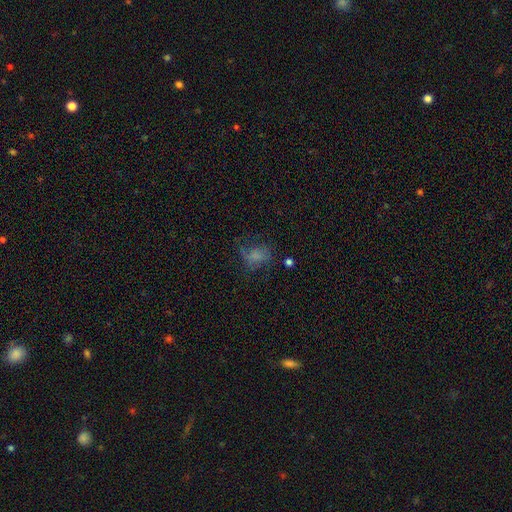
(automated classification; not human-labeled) Smooth or featured: smooth — 54% (featured or disk — 28%)
How rounded: in between — 55% (round — 44%)
Merging: none — 40% (major disturbance — 34%)